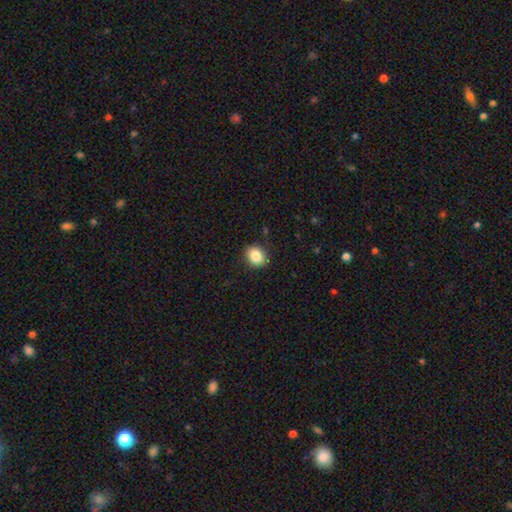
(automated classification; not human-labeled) smooth 86%, star or artifact 9%, featured or disk 5%. Down the decision tree: how rounded — round (57%); merging — none (87%).